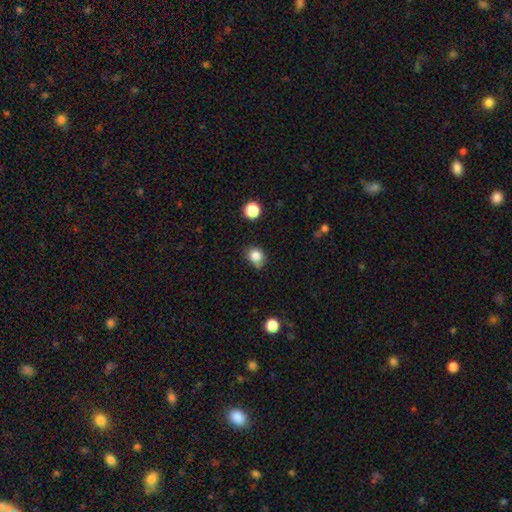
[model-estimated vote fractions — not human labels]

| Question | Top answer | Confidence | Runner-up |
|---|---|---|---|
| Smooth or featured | smooth | 83% | star or artifact (12%) |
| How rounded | round | 71% | in between (28%) |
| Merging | none | 63% | minor disturbance (27%) |